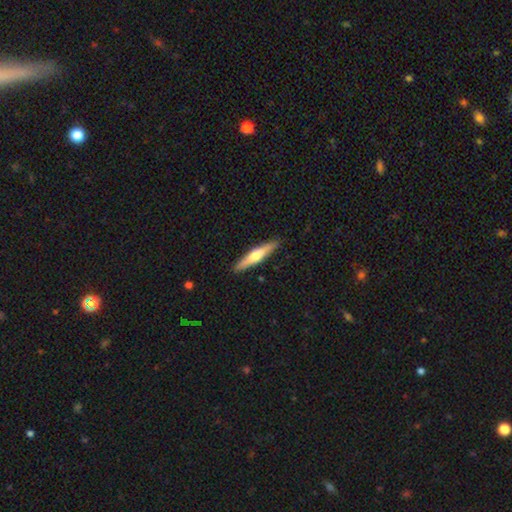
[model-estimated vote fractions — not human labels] A featured or disk galaxy (50%).

Vote fractions:
- Smooth or featured? featured or disk: 50% / smooth: 45% / star or artifact: 5%
- Merging? none: 91% / minor disturbance: 7% / major disturbance: 1% / merger: 1%